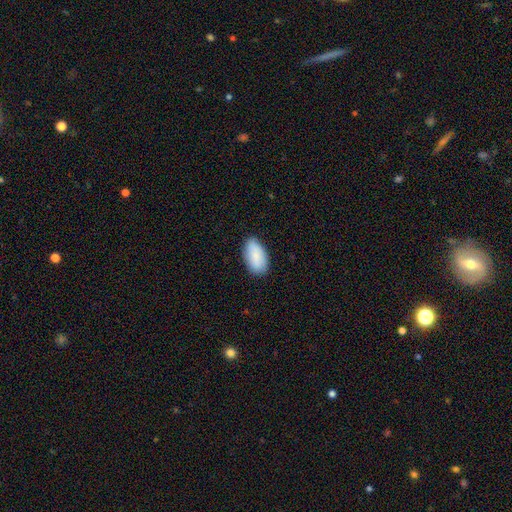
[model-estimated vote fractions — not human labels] A smooth galaxy with no disk features (87%) that is in between round and cigar-shaped (95%).

Vote fractions:
- Smooth or featured? smooth: 87% / featured or disk: 7% / star or artifact: 6%
- How rounded? in between: 95% / cigar-shaped: 3% / round: 2%
- Merging? none: 85% / minor disturbance: 12% / major disturbance: 2% / merger: 1%